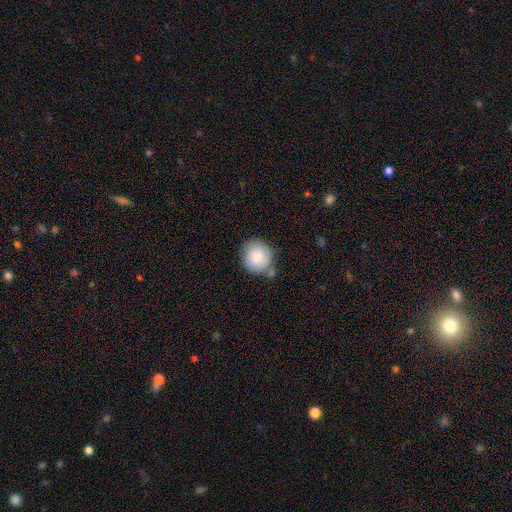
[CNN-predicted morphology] The model was most divided on "merging": none: 65%, minor disturbance: 18%, merger: 12%, major disturbance: 5%. More confident: how rounded — round (87%); smooth or featured — smooth (85%).